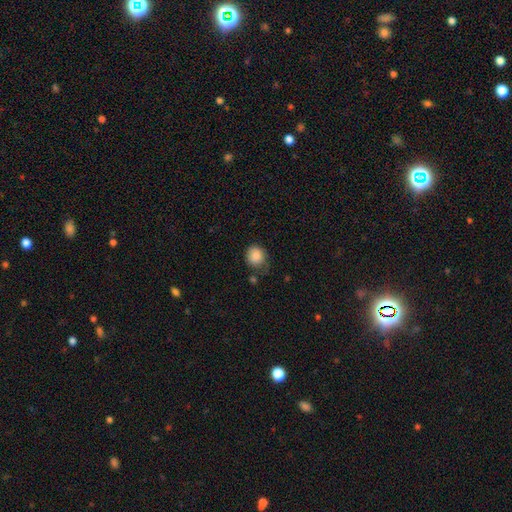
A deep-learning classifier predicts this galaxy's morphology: The model was most divided on "merging": none: 60%, minor disturbance: 27%, major disturbance: 8%, merger: 4%. More confident: smooth or featured — smooth (87%); how rounded — round (80%).